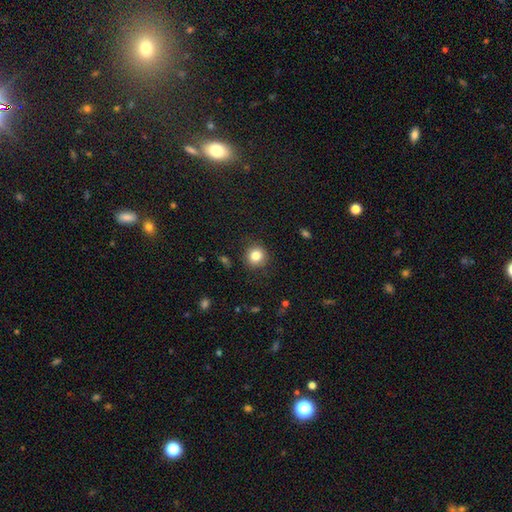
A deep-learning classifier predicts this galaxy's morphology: type=smooth (83%); roundness=round (88%); merging=none (87%).